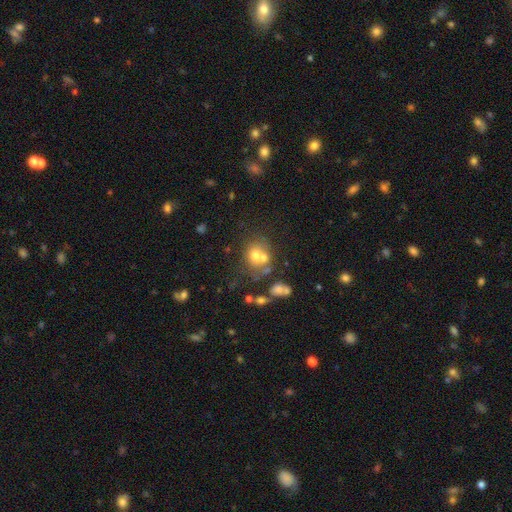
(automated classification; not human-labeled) Overall: smooth (60%; featured or disk 24%). How rounded: round (70%). Merging: merger (45%; none 38%).